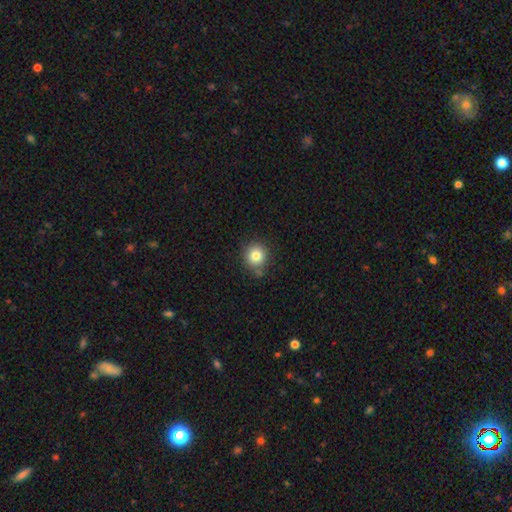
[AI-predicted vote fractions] This appears to be a smooth galaxy with no disk features (81%) that is round (91%). Merging: none (77%).